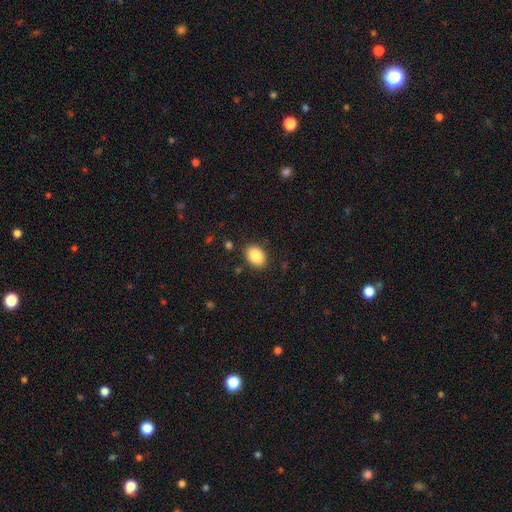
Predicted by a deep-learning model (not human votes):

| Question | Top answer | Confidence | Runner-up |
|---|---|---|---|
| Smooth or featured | smooth | 88% | star or artifact (8%) |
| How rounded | in between | 79% | round (20%) |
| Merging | none | 86% | minor disturbance (10%) |